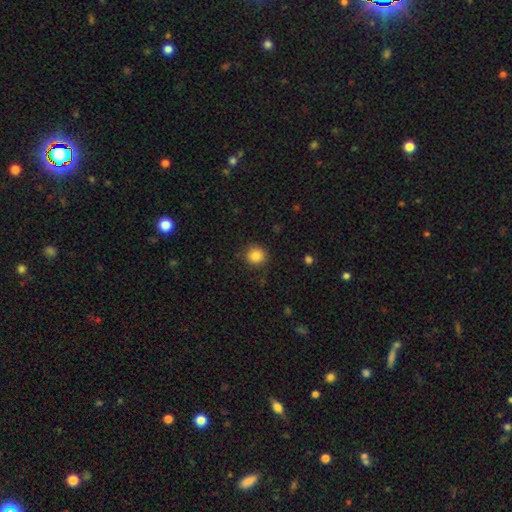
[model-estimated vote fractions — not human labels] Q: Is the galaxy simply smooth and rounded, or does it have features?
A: smooth — 85%.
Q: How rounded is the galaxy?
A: round — 90%.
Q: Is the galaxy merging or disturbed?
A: none — 85%.